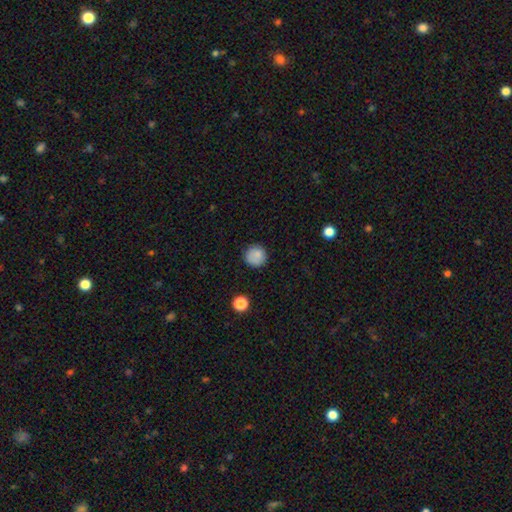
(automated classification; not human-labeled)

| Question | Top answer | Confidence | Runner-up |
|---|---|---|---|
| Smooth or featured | smooth | 84% | star or artifact (10%) |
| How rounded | round | 95% | in between (4%) |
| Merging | none | 86% | minor disturbance (10%) |